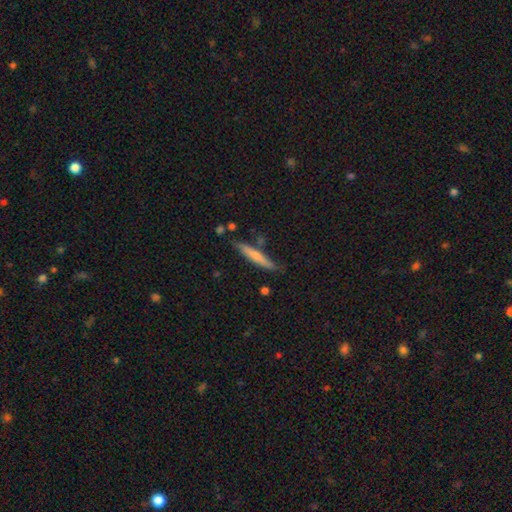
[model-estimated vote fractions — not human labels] smooth_or_featured: smooth (p=0.61) [alt: featured or disk p=0.34]
how_rounded: cigar-shaped (p=0.93) [alt: in between p=0.06]
merging: none (p=0.80) [alt: minor disturbance p=0.14]